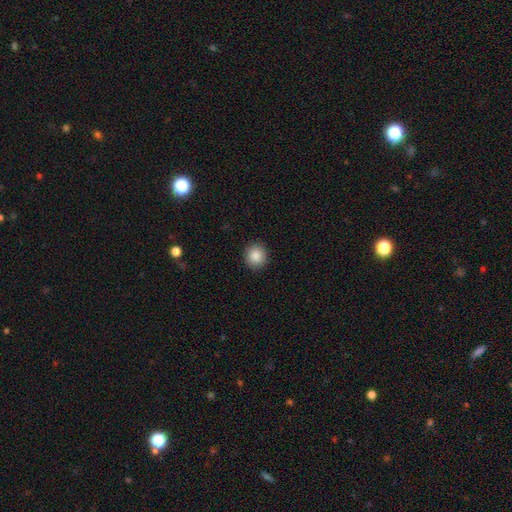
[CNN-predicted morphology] Q: Smooth or featured?
A: smooth (88%); runner-up: star or artifact (9%)
Q: How rounded?
A: round (88%); runner-up: in between (11%)
Q: Merging?
A: none (91%); runner-up: minor disturbance (6%)